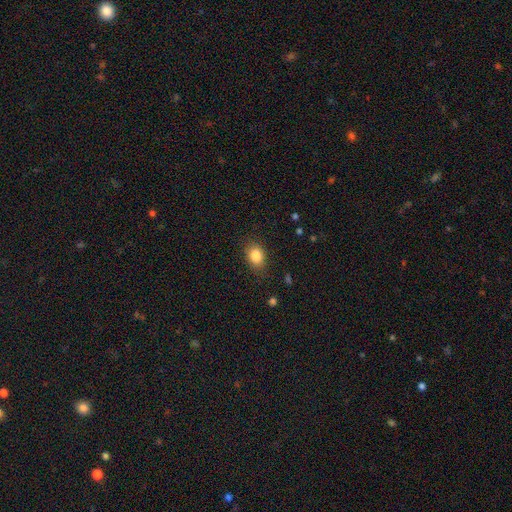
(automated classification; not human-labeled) Overall: smooth (85%). How rounded: in between (64%; round 34%). Merging: none (83%).